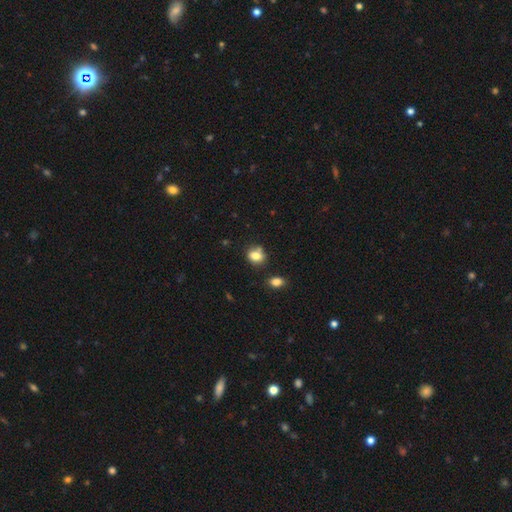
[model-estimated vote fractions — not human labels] Smooth or featured? Predicted: smooth (p=0.80). How rounded? Predicted: round (p=0.57). Merging? Predicted: none (p=0.62).